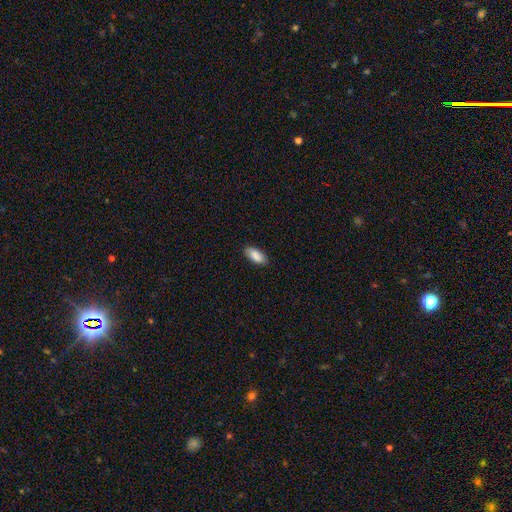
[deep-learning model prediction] smooth 88%, star or artifact 6%, featured or disk 6%. Down the decision tree: how rounded — in between (88%); merging — none (87%).